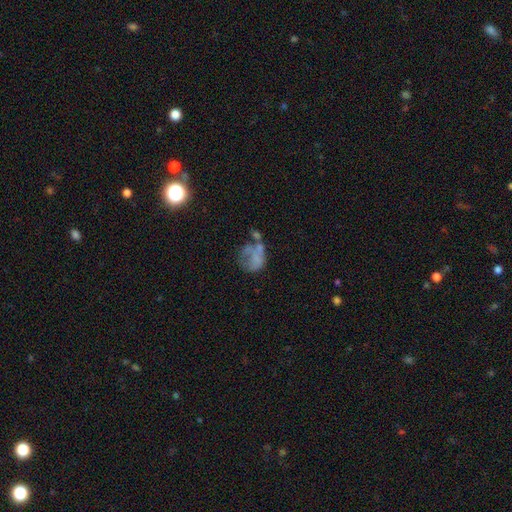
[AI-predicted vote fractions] smooth_or_featured: smooth (p=0.49) [alt: featured or disk p=0.38]
merging: major disturbance (p=0.31) [alt: none p=0.30]